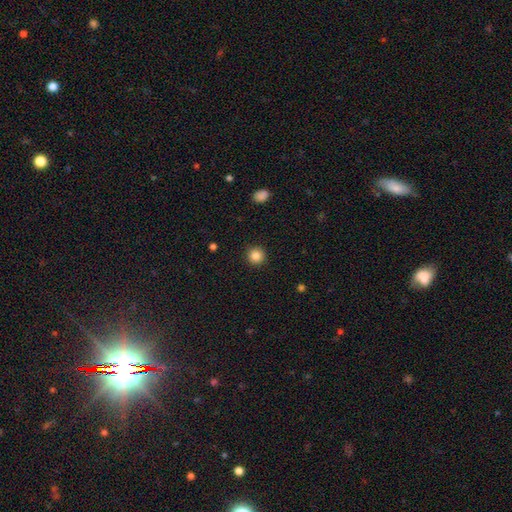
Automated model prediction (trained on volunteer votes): Morphology: type=smooth (85%); roundness=round (95%); merging=none (92%).